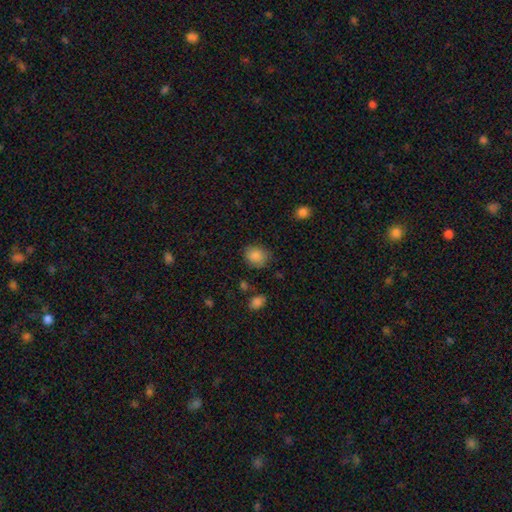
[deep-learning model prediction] smooth_or_featured: smooth (p=0.86) [alt: star or artifact p=0.09]
how_rounded: round (p=0.66) [alt: in between p=0.34]
merging: none (p=0.76) [alt: minor disturbance p=0.17]